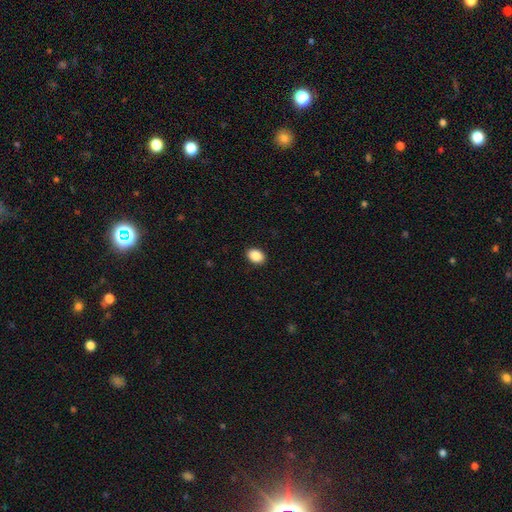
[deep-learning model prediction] Smooth or featured? Predicted: smooth (p=0.88). How rounded? Predicted: in between (p=0.73). Merging? Predicted: none (p=0.91).